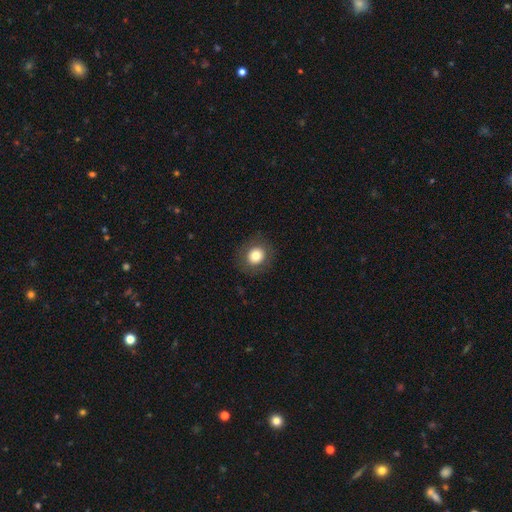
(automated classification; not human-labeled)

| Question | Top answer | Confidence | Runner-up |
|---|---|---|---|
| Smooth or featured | smooth | 78% | featured or disk (12%) |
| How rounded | round | 83% | in between (16%) |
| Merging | none | 87% | minor disturbance (8%) |